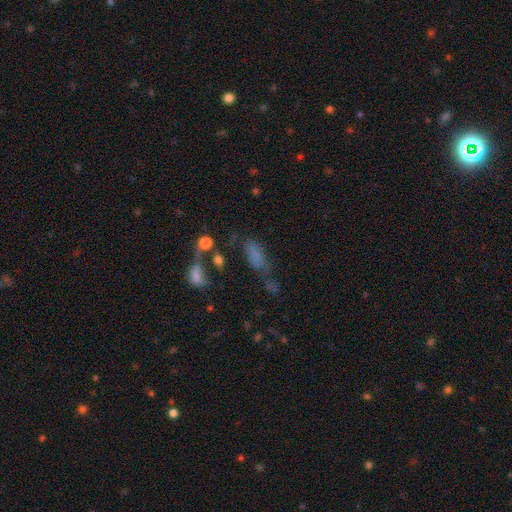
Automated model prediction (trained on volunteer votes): Smooth or featured? Predicted: smooth (p=0.67). How rounded? Predicted: in between (p=0.66). Merging? Predicted: none (p=0.36).